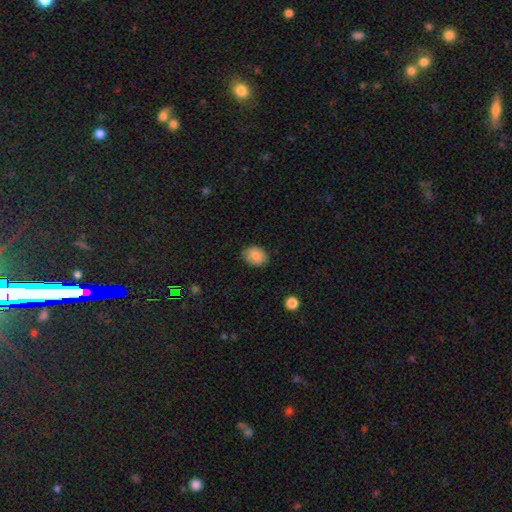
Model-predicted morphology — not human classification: This is clearly a smooth galaxy (84%). How rounded: likely in between (60%). Merging: clearly none (82%).